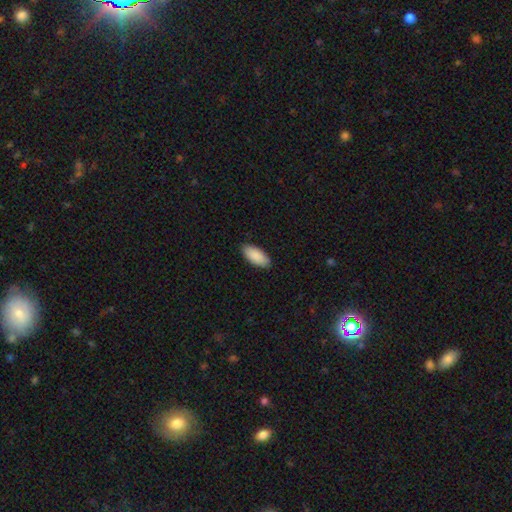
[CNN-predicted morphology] smooth_or_featured: smooth (p=0.91) [alt: star or artifact p=0.05]
how_rounded: in between (p=0.91) [alt: cigar-shaped p=0.07]
merging: none (p=0.89) [alt: minor disturbance p=0.08]